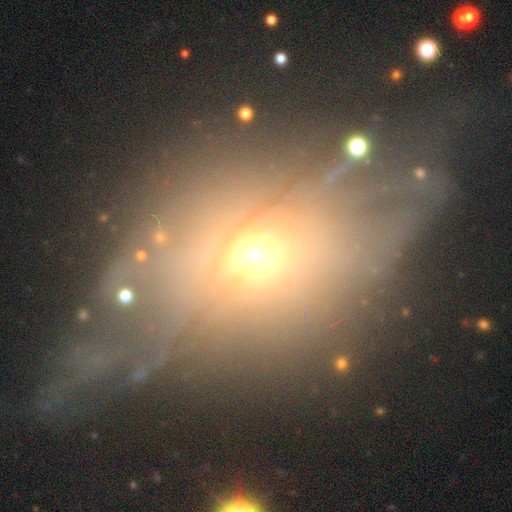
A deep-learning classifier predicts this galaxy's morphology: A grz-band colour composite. It shows a featured or disk galaxy (47%). Merging: none (41%).